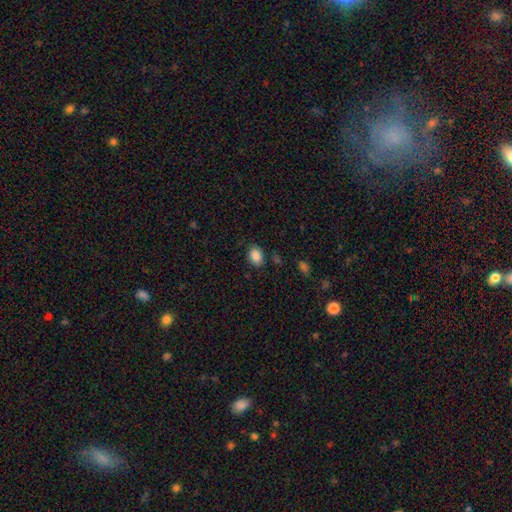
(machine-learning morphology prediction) This appears to be a smooth galaxy with no disk features (87%) that is in between round and cigar-shaped (72%). Merging: none (83%).